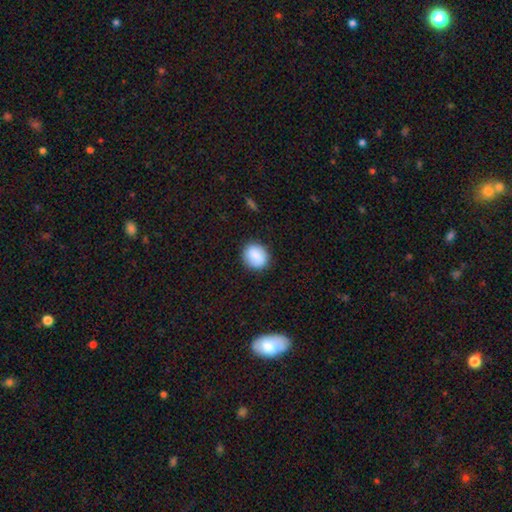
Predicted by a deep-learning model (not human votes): smooth-or-featured: smooth: 86% | star or artifact: 7% | featured or disk: 7%
  how-rounded: round: 77% | in between: 22% | cigar-shaped: 1%
  merging: none: 87% | minor disturbance: 9% | major disturbance: 3% | merger: 1%